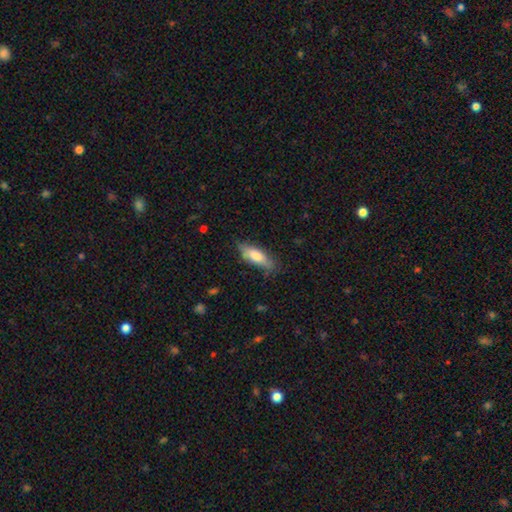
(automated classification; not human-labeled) This appears to be a smooth galaxy with no disk features (74%) that is in between round and cigar-shaped (60%). Merging: none (73%).